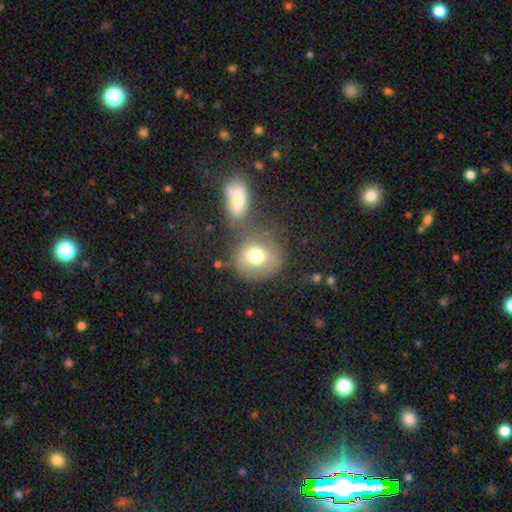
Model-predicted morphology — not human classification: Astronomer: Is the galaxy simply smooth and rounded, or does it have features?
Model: smooth — 75%.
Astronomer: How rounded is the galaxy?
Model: round — 82%.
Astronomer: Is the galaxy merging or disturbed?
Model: none — 53%.